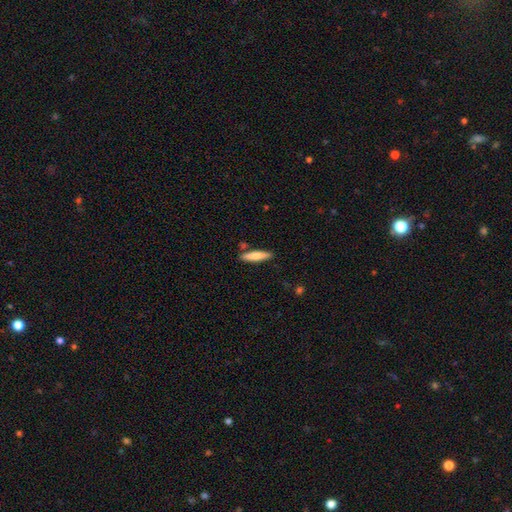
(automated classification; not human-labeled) Q: Smooth or featured?
A: smooth (68%); runner-up: featured or disk (27%)
Q: How rounded?
A: cigar-shaped (83%); runner-up: in between (16%)
Q: Merging?
A: none (84%); runner-up: minor disturbance (10%)